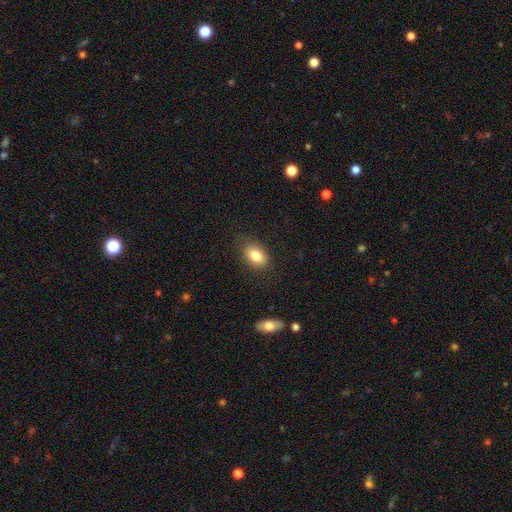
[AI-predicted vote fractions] Overall: smooth (83%). How rounded: in between (87%). Merging: none (83%).